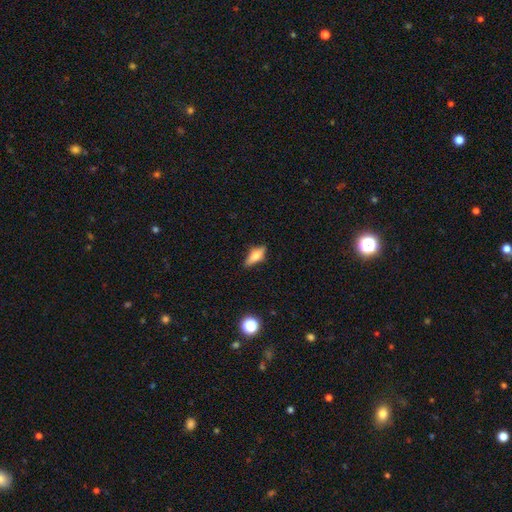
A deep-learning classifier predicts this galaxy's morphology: This is possibly a smooth galaxy (58%). How rounded: likely in between (66%). Merging: clearly none (82%).